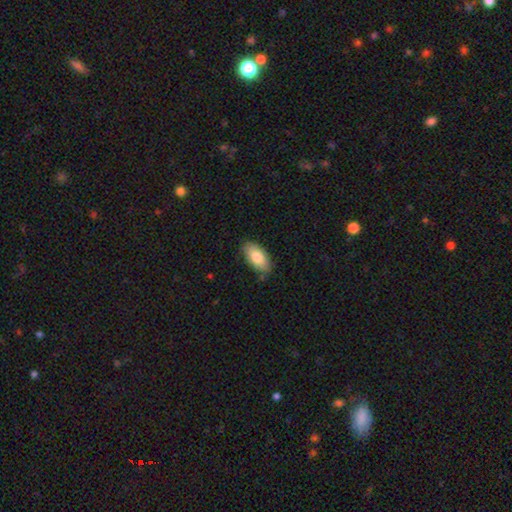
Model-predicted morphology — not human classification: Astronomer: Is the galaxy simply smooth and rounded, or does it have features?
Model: smooth — 80%.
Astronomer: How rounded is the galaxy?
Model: in between — 92%.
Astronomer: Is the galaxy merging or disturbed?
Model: none — 82%.